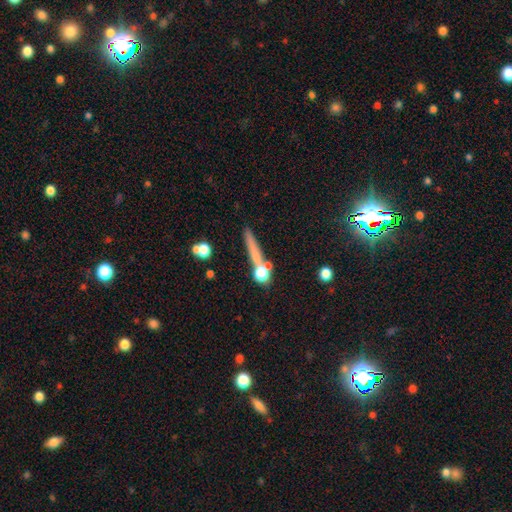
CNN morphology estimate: A smooth galaxy with no disk features (54%) that is cigar-shaped (77%). Merging: none (68%).